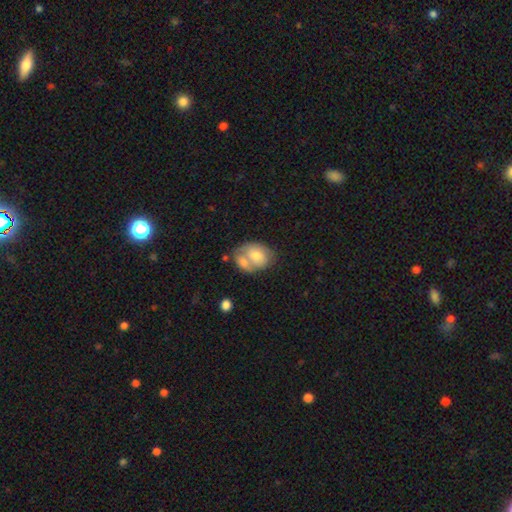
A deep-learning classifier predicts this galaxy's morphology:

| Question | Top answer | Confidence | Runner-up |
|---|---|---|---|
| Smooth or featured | smooth | 68% | featured or disk (25%) |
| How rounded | in between | 70% | round (29%) |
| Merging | merger | 57% | none (24%) |